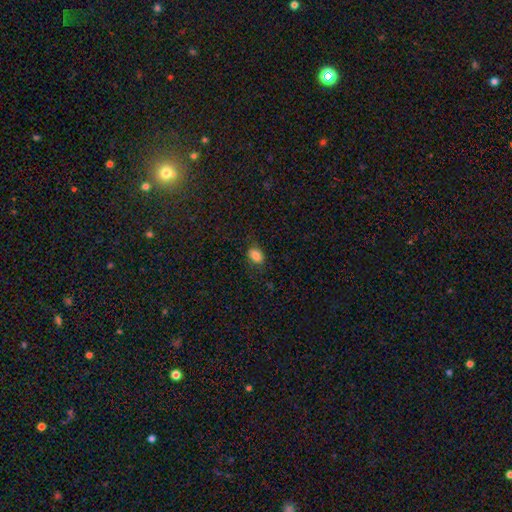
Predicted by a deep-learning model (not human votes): This appears to be a smooth galaxy with no disk features (83%) that is in between round and cigar-shaped (78%). Merging: none (76%).